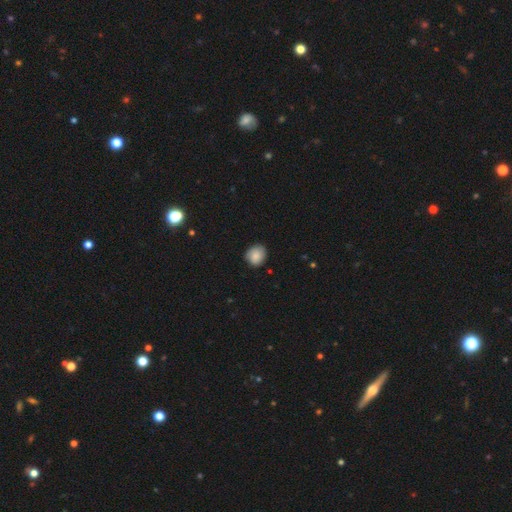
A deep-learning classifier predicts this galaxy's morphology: type=smooth (84%); roundness=round (71%); merging=none (78%).